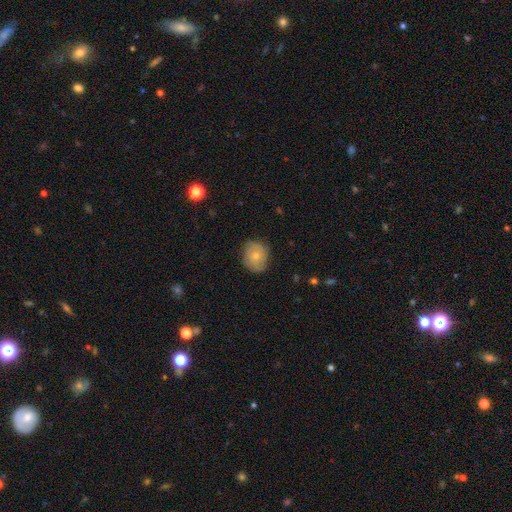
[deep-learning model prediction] Overall: smooth (62%; featured or disk 31%). How rounded: round (65%; in between 34%). Merging: none (75%).